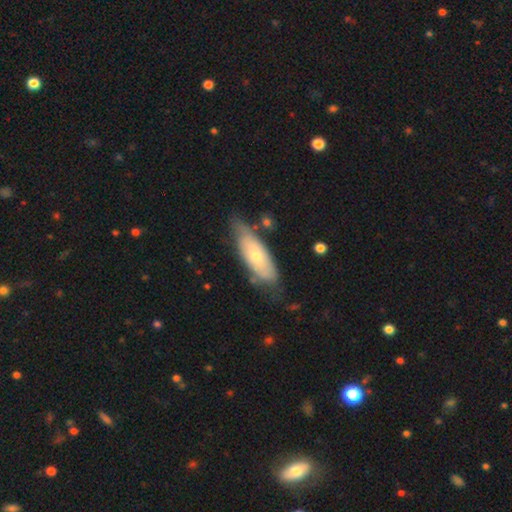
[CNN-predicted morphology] Q: Smooth or featured?
A: smooth (52%); runner-up: featured or disk (42%)
Q: How rounded?
A: in between (67%); runner-up: cigar-shaped (31%)
Q: Merging?
A: none (63%); runner-up: minor disturbance (26%)